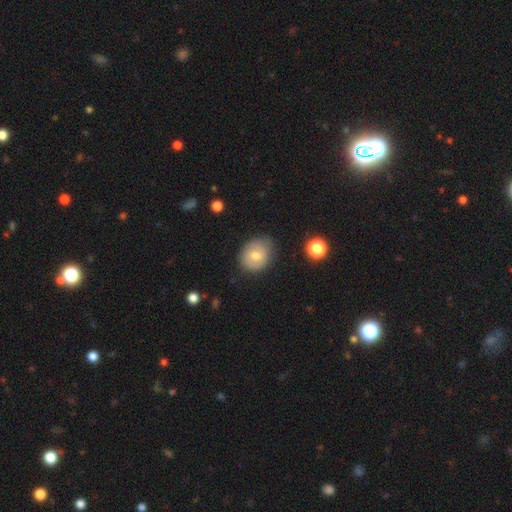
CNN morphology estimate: smooth_or_featured: smooth (p=0.66) [alt: featured or disk p=0.25]
how_rounded: round (p=0.57) [alt: in between p=0.42]
merging: none (p=0.69) [alt: minor disturbance p=0.25]